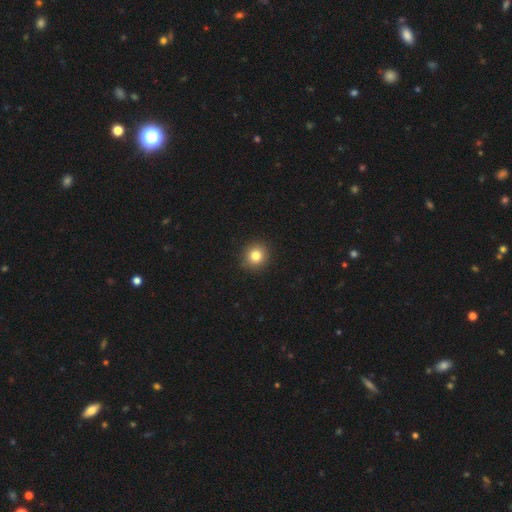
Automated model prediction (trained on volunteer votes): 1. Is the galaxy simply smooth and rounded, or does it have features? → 82% smooth, 11% star or artifact, 7% featured or disk.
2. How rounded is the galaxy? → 88% round, 11% in between, 1% cigar-shaped.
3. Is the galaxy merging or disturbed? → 91% none, 6% minor disturbance, 2% major disturbance, 1% merger.